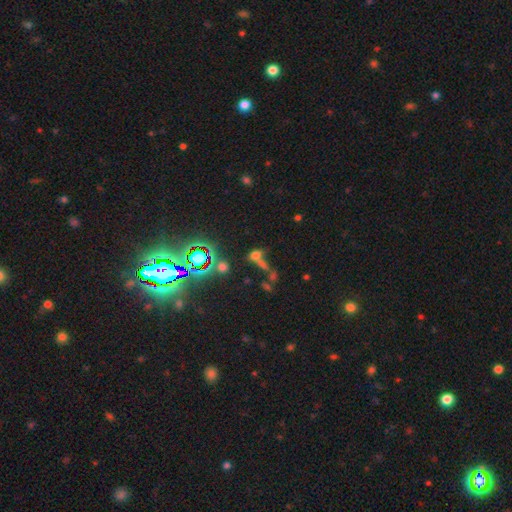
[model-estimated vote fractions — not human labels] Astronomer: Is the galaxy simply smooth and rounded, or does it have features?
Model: smooth — 46% (runner-up: star or artifact, 38%).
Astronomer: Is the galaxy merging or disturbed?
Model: none — 38% (runner-up: merger, 36%).